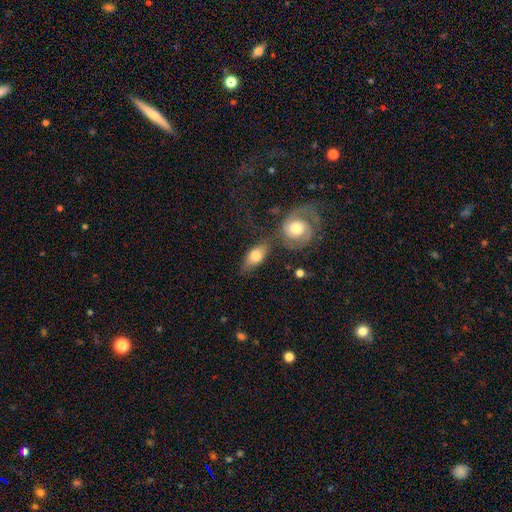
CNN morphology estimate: Smooth or featured: smooth — 65% (featured or disk — 28%)
How rounded: in between — 80% (round — 10%)
Merging: none — 53% (minor disturbance — 19%)